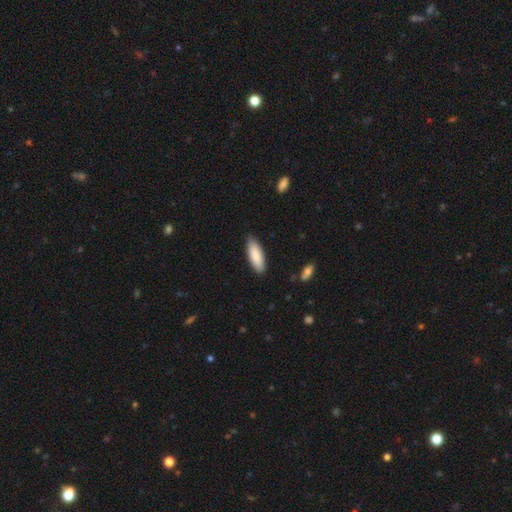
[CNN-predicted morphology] This is clearly a smooth galaxy (88%). How rounded: likely in between (61%). Merging: clearly none (86%).